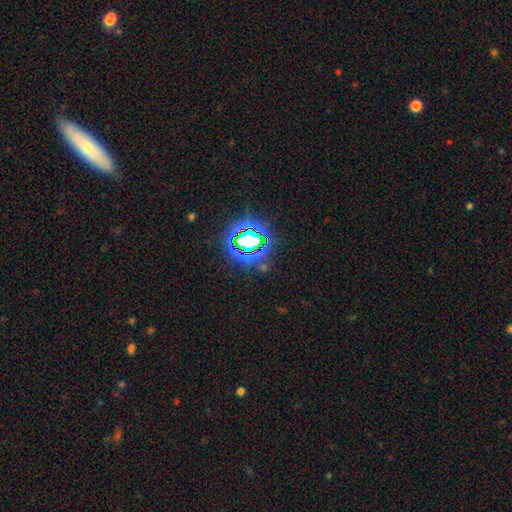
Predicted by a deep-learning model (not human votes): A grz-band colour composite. It shows a star or artifact, not a galaxy (77%).